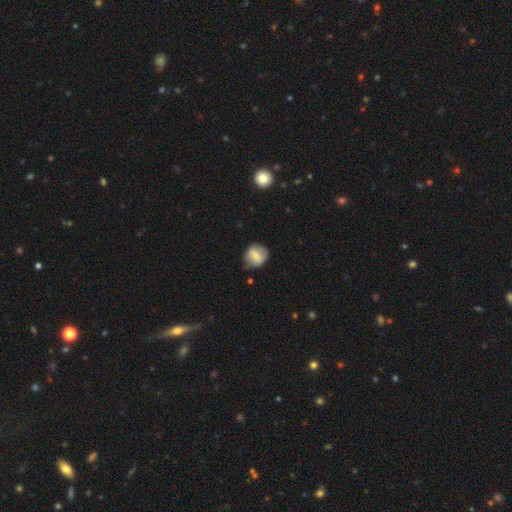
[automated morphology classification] type=smooth (65%); roundness=round (72%); merging=none (71%).